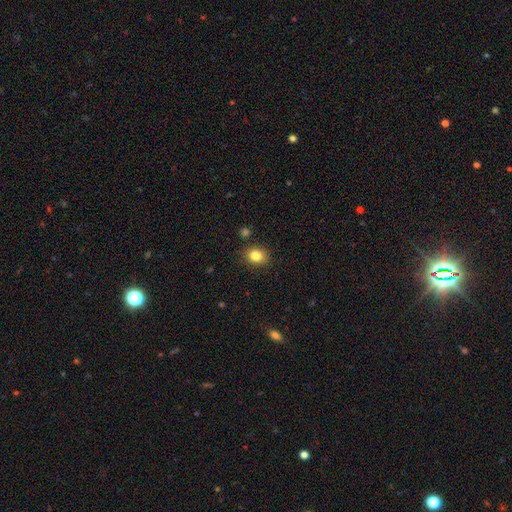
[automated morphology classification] Overall: smooth (83%). How rounded: round (51%; in between 48%). Merging: none (85%).